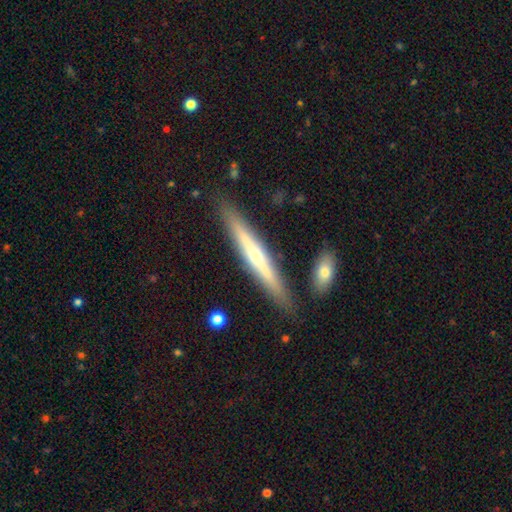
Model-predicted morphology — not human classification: Smooth or featured: featured or disk — 63% (smooth — 30%)
Edge-on disk: yes — 94% (no — 6%)
Edge-on bulge: rounded — 74% (none — 23%)
Merging: none — 86% (minor disturbance — 9%)